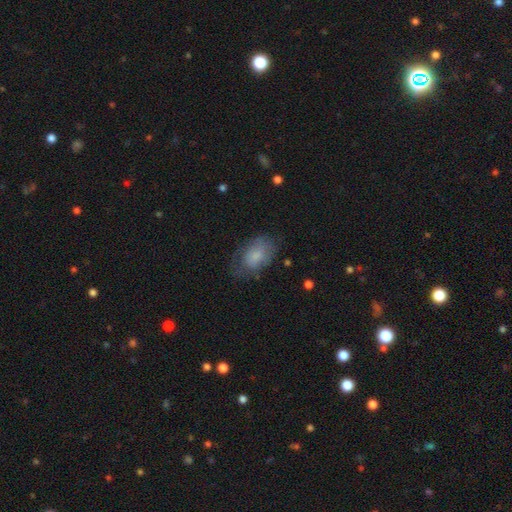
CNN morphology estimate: Q: Smooth or featured?
A: smooth (70%); runner-up: featured or disk (22%)
Q: How rounded?
A: in between (87%); runner-up: round (11%)
Q: Merging?
A: none (56%); runner-up: minor disturbance (28%)